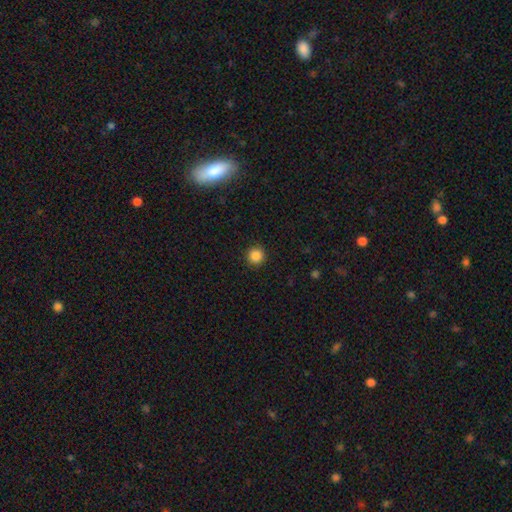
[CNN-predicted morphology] Smooth or featured: smooth — 85% (star or artifact — 11%)
How rounded: round — 95% (in between — 4%)
Merging: none — 92% (minor disturbance — 5%)